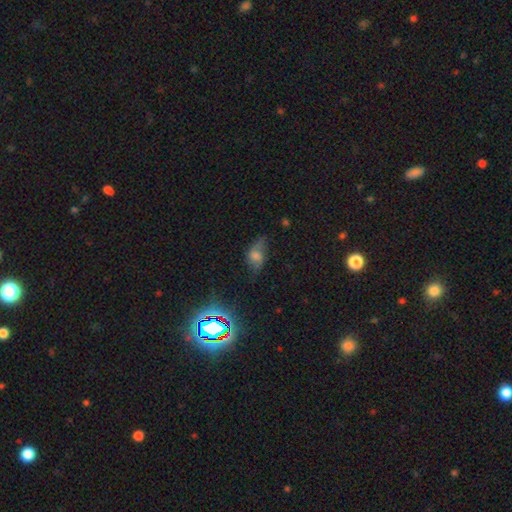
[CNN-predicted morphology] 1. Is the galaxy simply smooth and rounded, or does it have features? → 50% smooth, 28% featured or disk, 23% star or artifact.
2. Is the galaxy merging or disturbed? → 52% none, 31% minor disturbance, 15% major disturbance, 2% merger.